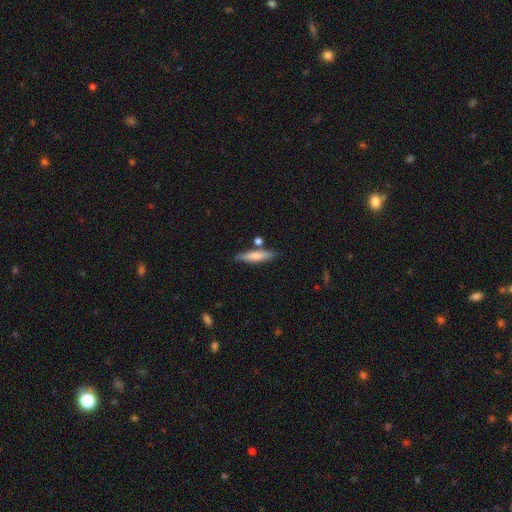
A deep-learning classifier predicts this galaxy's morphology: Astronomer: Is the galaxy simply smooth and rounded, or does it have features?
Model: smooth — 68%.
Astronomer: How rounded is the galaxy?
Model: cigar-shaped — 77%.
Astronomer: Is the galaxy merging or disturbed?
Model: none — 77%.